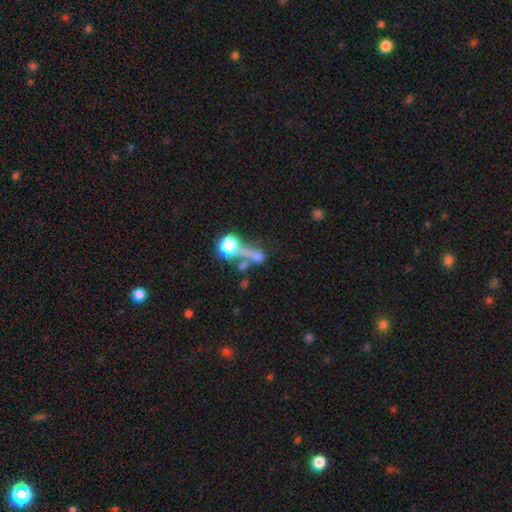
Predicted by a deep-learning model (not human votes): smooth 54%, star or artifact 24%, featured or disk 22%. Down the decision tree: how rounded — round (46%); merging — merger (41%).